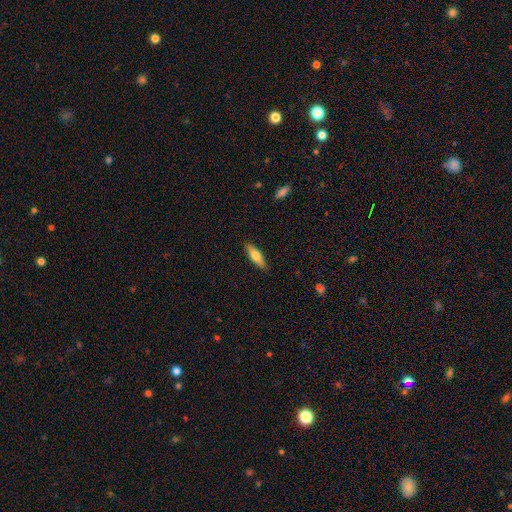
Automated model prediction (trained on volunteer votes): Smooth or featured: smooth — 68% (featured or disk — 26%)
How rounded: cigar-shaped — 53% (in between — 45%)
Merging: none — 87% (minor disturbance — 10%)